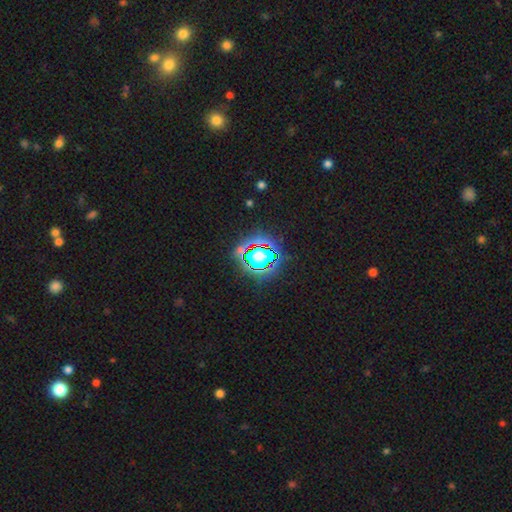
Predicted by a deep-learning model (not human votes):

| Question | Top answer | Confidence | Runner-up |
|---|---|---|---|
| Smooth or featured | star or artifact | 74% | smooth (16%) |